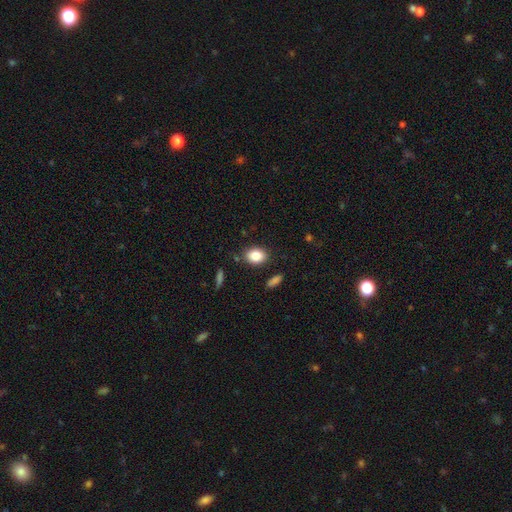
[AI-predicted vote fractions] This is clearly a smooth galaxy (85%). How rounded: likely in between (68%). Merging: clearly none (83%).